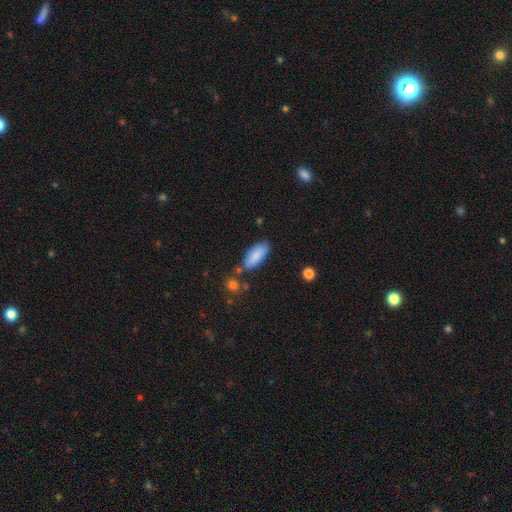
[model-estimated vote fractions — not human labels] This appears to be a smooth galaxy with no disk features (83%) that is in between round and cigar-shaped (80%). Merging: none (72%).